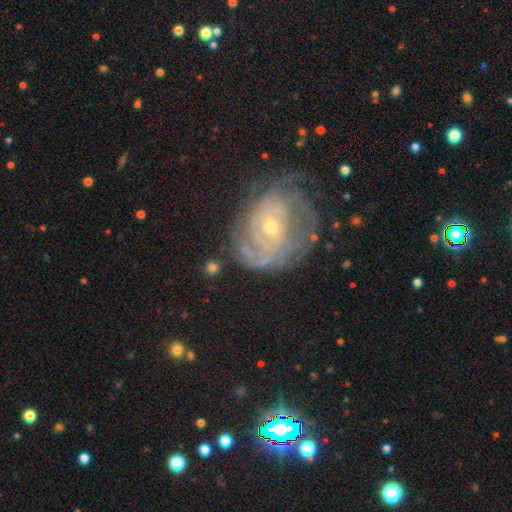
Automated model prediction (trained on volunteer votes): A featured or disk galaxy (84%) with no bar (65%), tight (70%) spiral arms (95%) and a small central bulge (59%).

Vote fractions:
- Smooth or featured? featured or disk: 84% / star or artifact: 9% / smooth: 7%
- Edge-on disk? no: 97% / yes: 3%
- Bar? no: 65% / weak: 27% / strong: 8%
- Spiral arms? yes: 95% / no: 5%
- Spiral winding? tight: 70% / medium: 24% / loose: 6%
- Spiral arm count? can't tell: 38% / 2: 18% / 3: 17% / 4: 12% / more than 4: 8% / 1: 7%
- Bulge size? small: 59% / moderate: 37% / large: 2% / none: 1% / dominant: 1%
- Merging? none: 67% / minor disturbance: 20% / major disturbance: 11% / merger: 2%